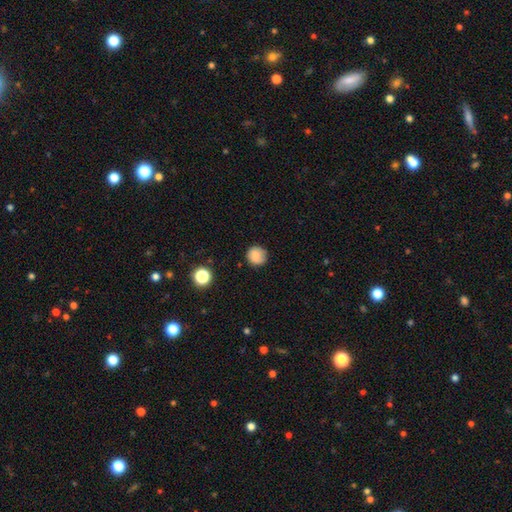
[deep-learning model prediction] This is clearly a smooth galaxy (84%). How rounded: clearly round (93%). Merging: clearly none (85%).